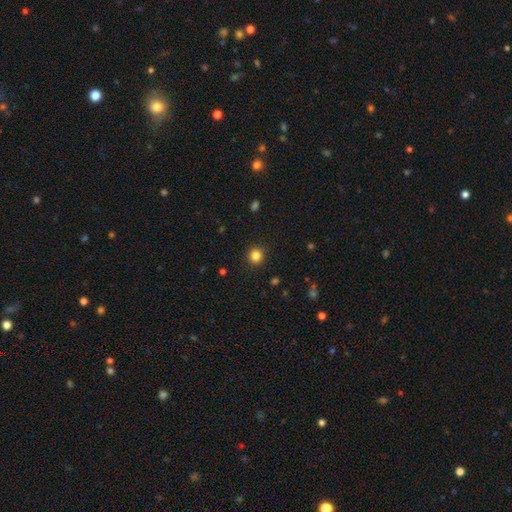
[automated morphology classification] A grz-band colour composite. It shows a smooth galaxy with no disk features (83%) that is round (89%). Merging: none (91%).